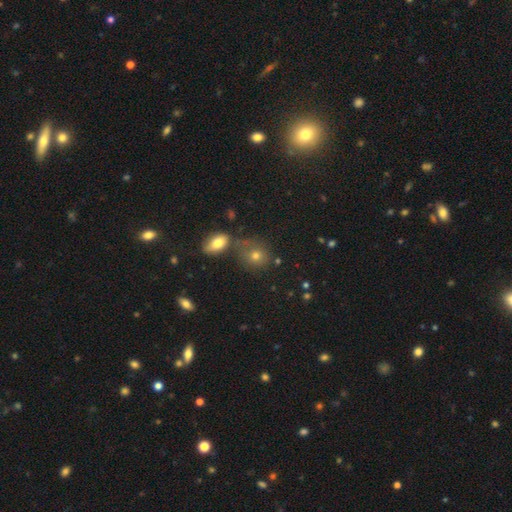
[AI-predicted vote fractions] Morphology: type=smooth (72%); roundness=round (68%); merging=none (54%).